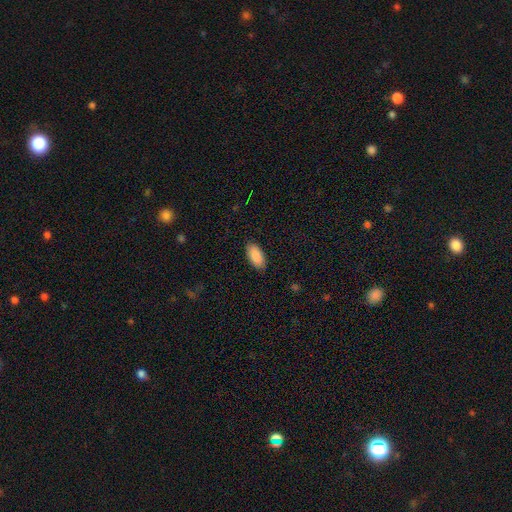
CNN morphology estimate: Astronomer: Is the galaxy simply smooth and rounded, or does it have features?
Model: smooth — 89%.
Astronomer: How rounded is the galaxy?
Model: in between — 94%.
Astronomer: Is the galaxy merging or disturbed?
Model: none — 88%.